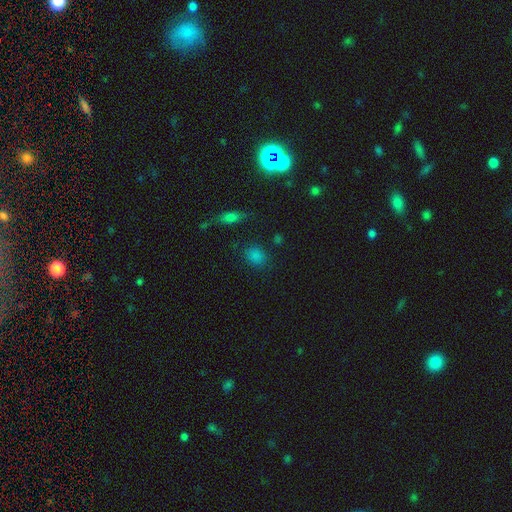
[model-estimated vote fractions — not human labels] The model was most divided on "how rounded": round: 53%, in between: 45%, cigar-shaped: 2%. More confident: merging — none (81%); smooth or featured — smooth (79%).